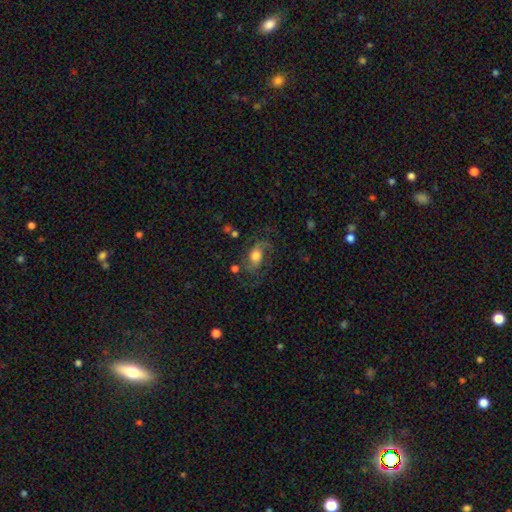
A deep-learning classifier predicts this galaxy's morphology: Smooth or featured: featured or disk — 67% (smooth — 24%)
Edge-on disk: no — 96% (yes — 4%)
Bar: no — 63% (weak — 30%)
Spiral arms: yes — 89% (no — 11%)
Spiral winding: medium — 48% (loose — 34%)
Spiral arm count: 2 — 60% (can't tell — 13%)
Bulge size: moderate — 49% (large — 35%)
Merging: none — 55% (major disturbance — 21%)